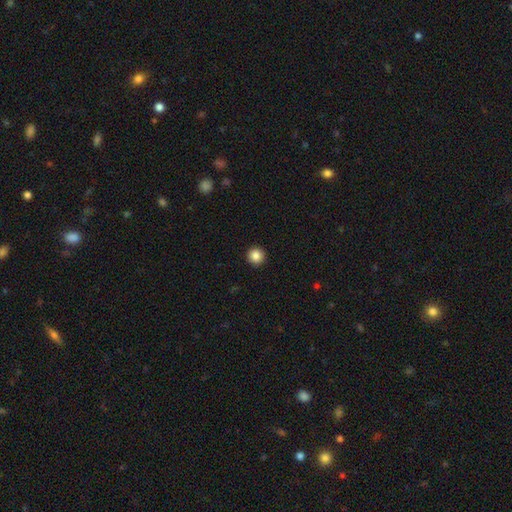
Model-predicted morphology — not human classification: This appears to be a smooth galaxy with no disk features (86%) that is round (96%). Merging: none (94%).